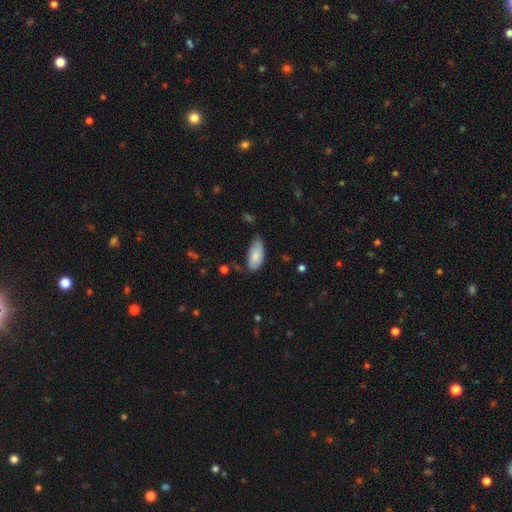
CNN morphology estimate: Smooth or featured? smooth (83%)
How rounded? in between (91%)
Merging? none (54%)